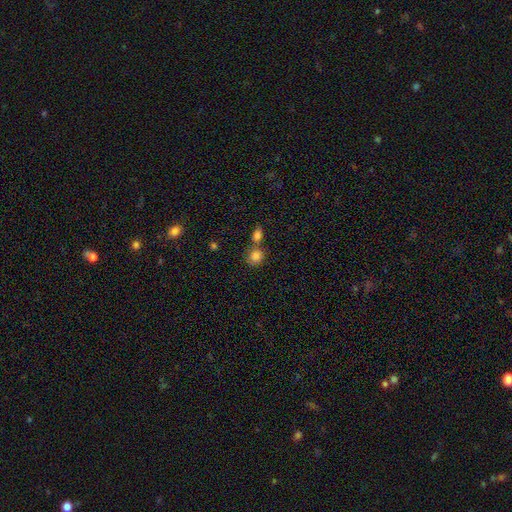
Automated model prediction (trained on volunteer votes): Q: Smooth or featured?
A: smooth (84%); runner-up: star or artifact (10%)
Q: How rounded?
A: round (66%); runner-up: in between (33%)
Q: Merging?
A: none (47%); runner-up: merger (38%)